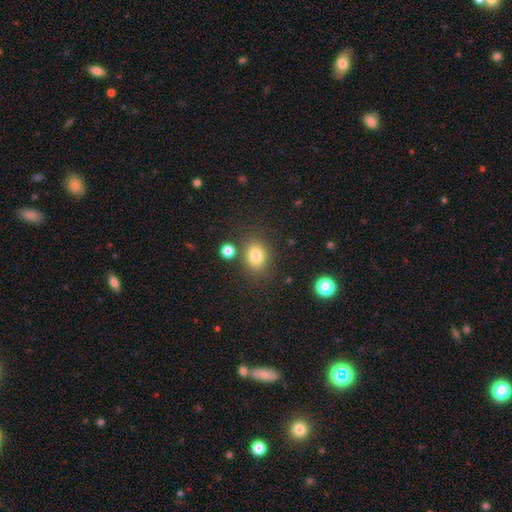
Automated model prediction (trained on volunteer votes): Smooth or featured: smooth — 83% (star or artifact — 11%)
How rounded: in between — 56% (round — 43%)
Merging: none — 76% (minor disturbance — 12%)